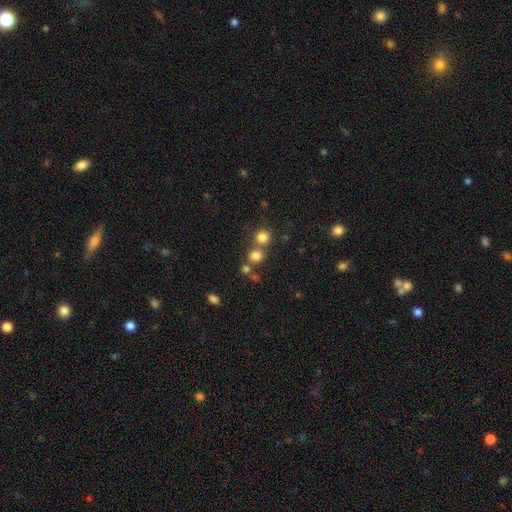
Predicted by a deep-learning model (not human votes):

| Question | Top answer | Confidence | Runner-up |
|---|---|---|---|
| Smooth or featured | smooth | 77% | star or artifact (16%) |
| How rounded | round | 83% | in between (16%) |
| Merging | none | 61% | merger (28%) |